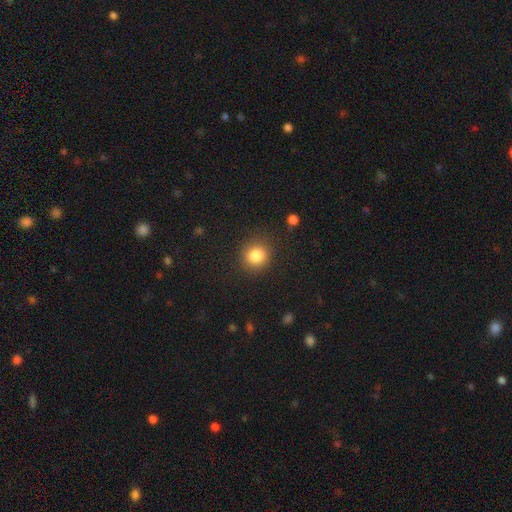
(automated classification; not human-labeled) This appears to be a smooth galaxy with no disk features (83%) that is round (85%). Merging: none (86%).